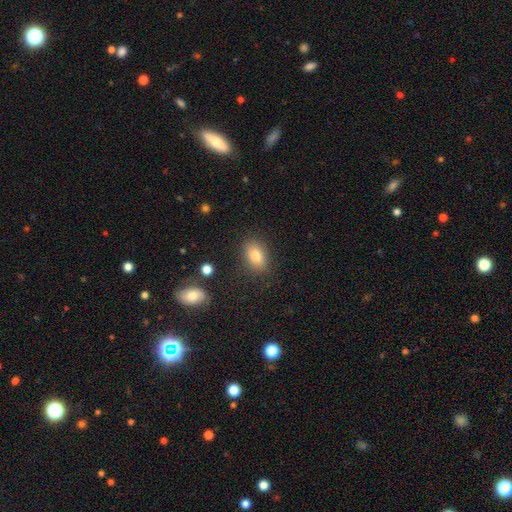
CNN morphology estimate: Smooth or featured: smooth — 81% (featured or disk — 10%)
How rounded: in between — 85% (round — 13%)
Merging: none — 83% (minor disturbance — 11%)